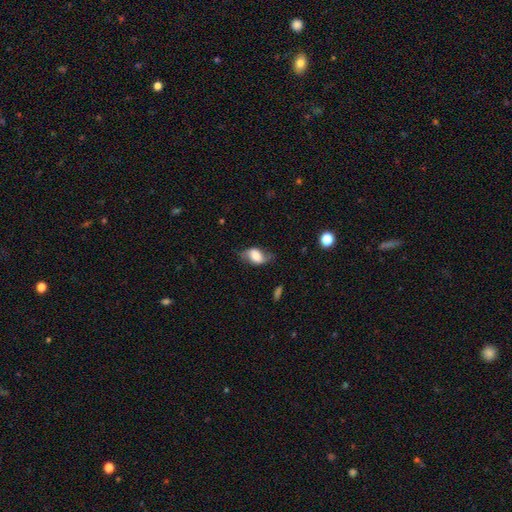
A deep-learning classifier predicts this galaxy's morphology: Smooth or featured? smooth (54%)
How rounded? in between (86%)
Merging? none (62%)